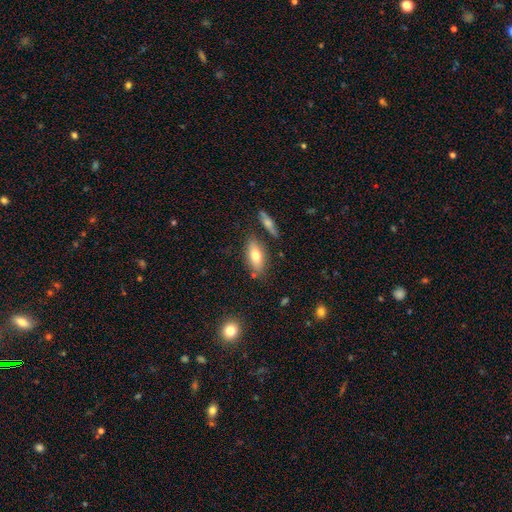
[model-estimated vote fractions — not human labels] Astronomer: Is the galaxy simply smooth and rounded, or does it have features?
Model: smooth — 73%.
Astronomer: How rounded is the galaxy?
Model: in between — 81%.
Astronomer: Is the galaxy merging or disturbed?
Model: none — 75%.